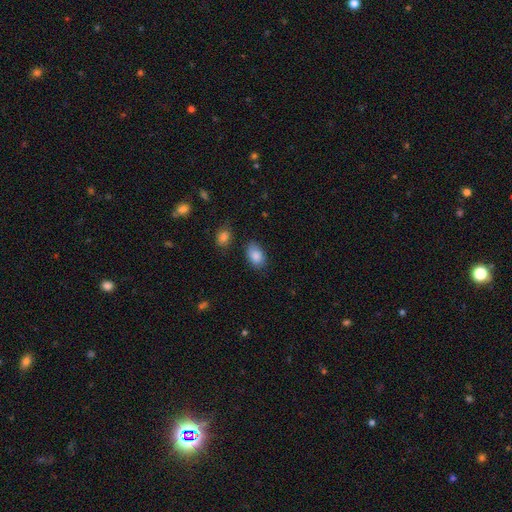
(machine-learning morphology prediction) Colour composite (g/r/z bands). It shows a smooth galaxy with no disk features (87%) that is in between round and cigar-shaped (88%). Merging: none (78%).